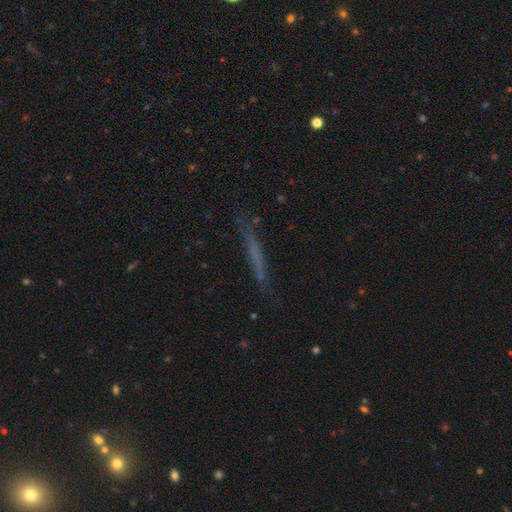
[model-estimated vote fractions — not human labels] Smooth or featured: smooth — 44% (featured or disk — 41%)
Merging: none — 80% (minor disturbance — 14%)